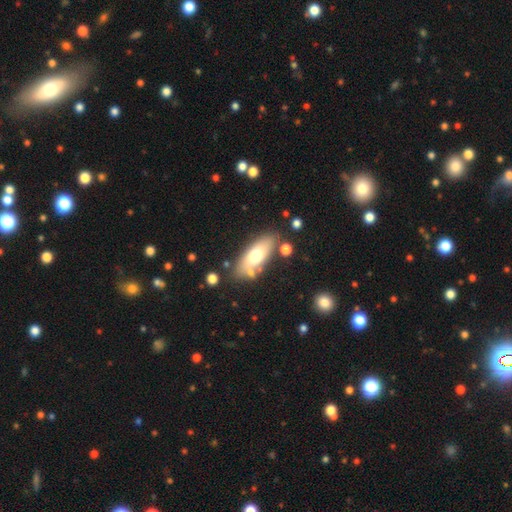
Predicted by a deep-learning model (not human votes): Smooth or featured? Predicted: smooth (p=0.66). How rounded? Predicted: in between (p=0.75). Merging? Predicted: none (p=0.74).